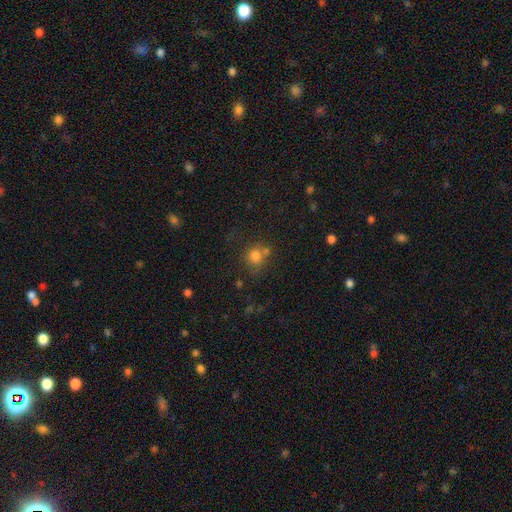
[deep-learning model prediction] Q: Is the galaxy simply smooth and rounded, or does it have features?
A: smooth — 75%.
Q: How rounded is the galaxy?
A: round — 86%.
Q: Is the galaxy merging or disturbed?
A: none — 61%.